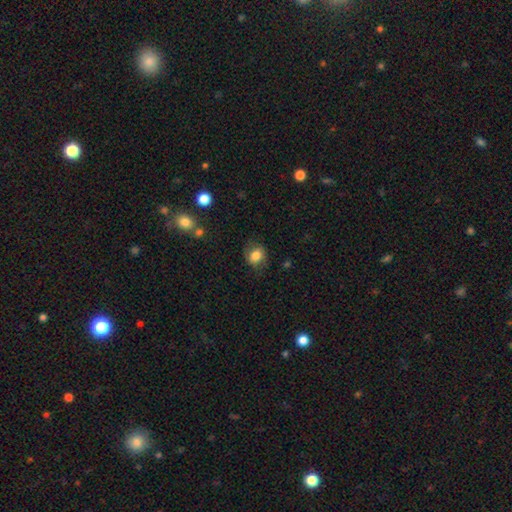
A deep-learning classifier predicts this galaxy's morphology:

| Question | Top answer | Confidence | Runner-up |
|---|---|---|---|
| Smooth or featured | smooth | 77% | featured or disk (14%) |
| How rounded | round | 51% | in between (48%) |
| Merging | none | 72% | minor disturbance (19%) |